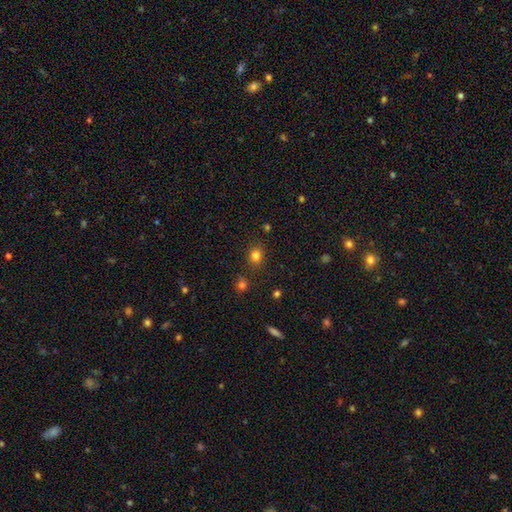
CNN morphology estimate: smooth_or_featured: smooth (p=0.80) [alt: star or artifact p=0.14]
how_rounded: round (p=0.73) [alt: in between p=0.26]
merging: none (p=0.84) [alt: minor disturbance p=0.09]